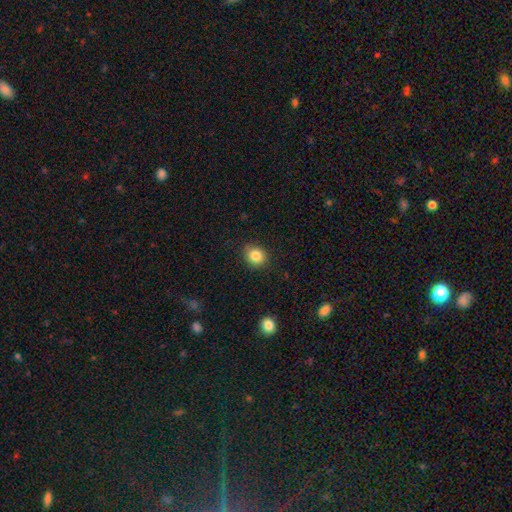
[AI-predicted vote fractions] This is clearly a smooth galaxy (85%). How rounded: likely round (74%). Merging: clearly none (84%).